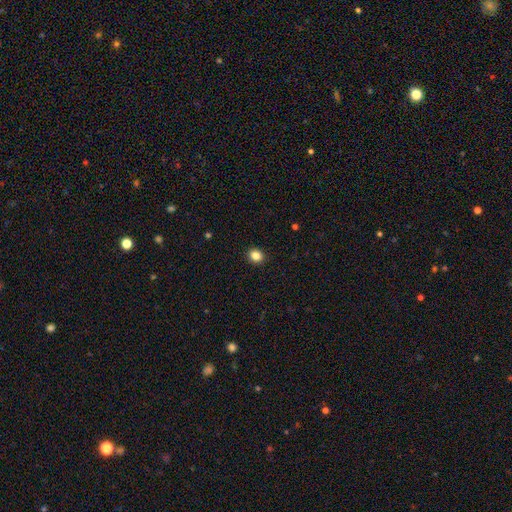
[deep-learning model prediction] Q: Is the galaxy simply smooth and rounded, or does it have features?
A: smooth — 84%.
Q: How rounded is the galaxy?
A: round — 71%.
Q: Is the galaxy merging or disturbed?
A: none — 92%.